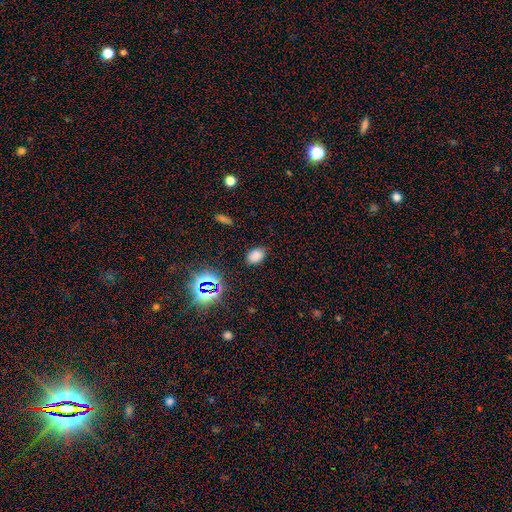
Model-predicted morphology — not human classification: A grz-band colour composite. It shows a smooth galaxy with no disk features (75%) that is in between round and cigar-shaped (82%). Merging: none (84%).